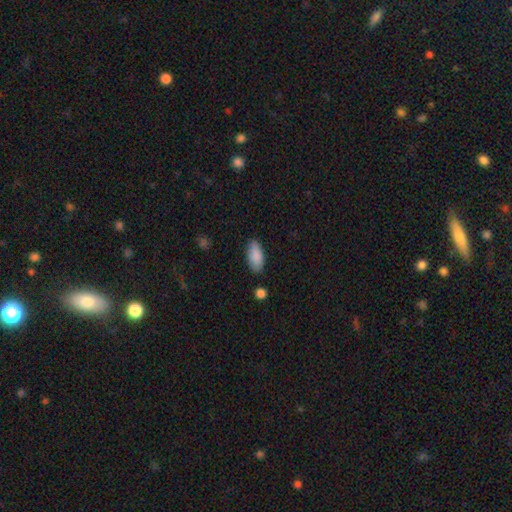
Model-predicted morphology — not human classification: smooth-or-featured: smooth: 88% | star or artifact: 6% | featured or disk: 5%
  how-rounded: in between: 90% | cigar-shaped: 8% | round: 2%
  merging: none: 83% | minor disturbance: 12% | major disturbance: 3% | merger: 2%